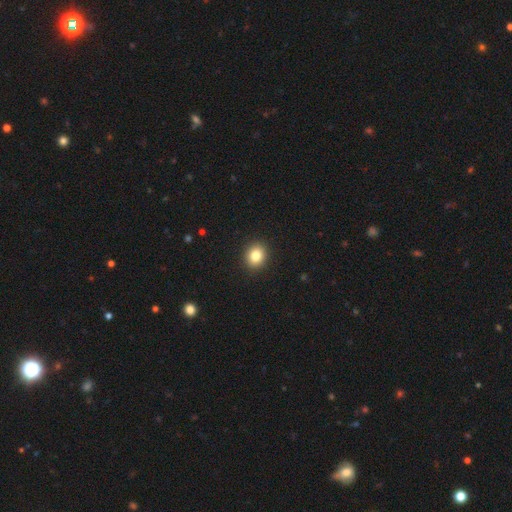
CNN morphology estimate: smooth_or_featured: smooth (p=0.83) [alt: star or artifact p=0.10]
how_rounded: round (p=0.73) [alt: in between p=0.26]
merging: none (p=0.92) [alt: minor disturbance p=0.05]